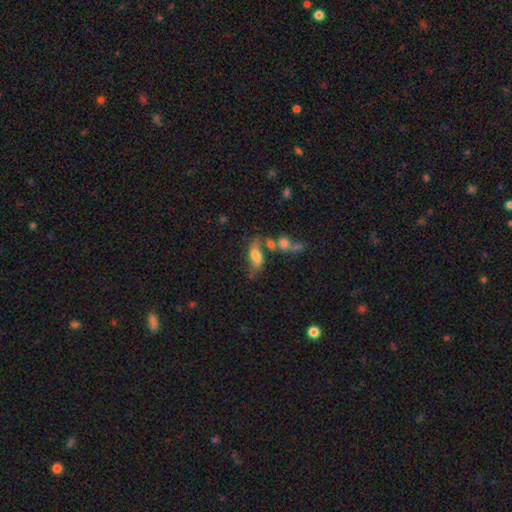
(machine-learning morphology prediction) Overall: smooth (63%; featured or disk 26%). How rounded: in between (75%). Merging: none (40%; merger 27%).